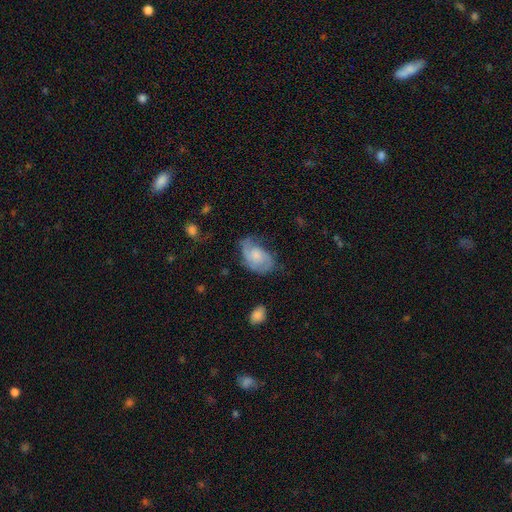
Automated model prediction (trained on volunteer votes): Smooth or featured?
  - featured or disk: 59% *
  - smooth: 34%
  - star or artifact: 7%
Edge-on disk?
  - no: 97% *
  - yes: 3%
Bar?
  - no: 69% *
  - weak: 27%
  - strong: 4%
Spiral arms?
  - yes: 87% *
  - no: 13%
Bulge size?
  - small: 40% *
  - moderate: 35%
  - none: 17%
  - large: 7%
  - dominant: 2%
Merging?
  - none: 50% *
  - minor disturbance: 31%
  - major disturbance: 17%
  - merger: 2%